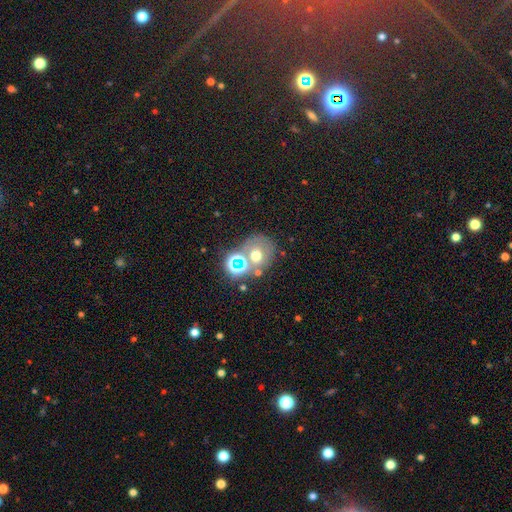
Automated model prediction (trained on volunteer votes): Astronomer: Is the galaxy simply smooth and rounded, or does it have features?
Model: smooth — 53%.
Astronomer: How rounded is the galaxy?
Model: round — 74%.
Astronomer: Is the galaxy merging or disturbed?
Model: none — 52% (runner-up: merger, 30%).